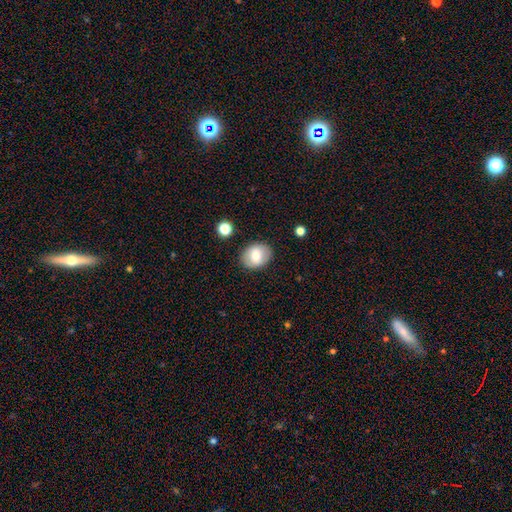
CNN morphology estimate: Smooth or featured? smooth (71%)
How rounded? in between (56%)
Merging? none (86%)